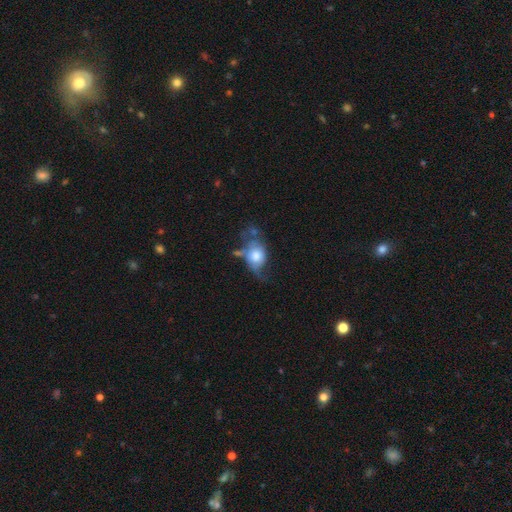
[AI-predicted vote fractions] smooth_or_featured: smooth (p=0.58) [alt: featured or disk p=0.35]
how_rounded: in between (p=0.67) [alt: round p=0.31]
merging: major disturbance (p=0.34) [alt: minor disturbance p=0.28]